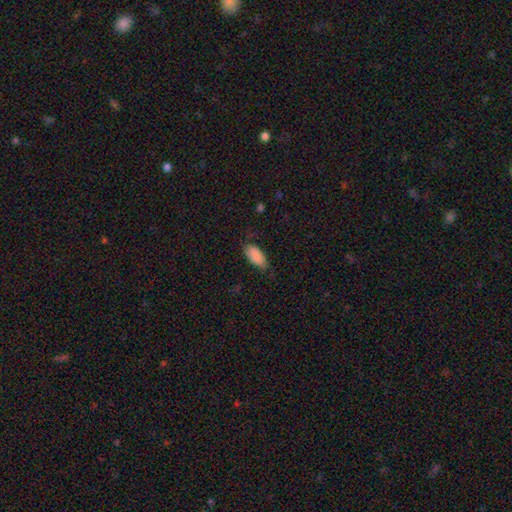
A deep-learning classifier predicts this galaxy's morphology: This appears to be a smooth galaxy with no disk features (86%) that is in between round and cigar-shaped (92%). Merging: none (66%).